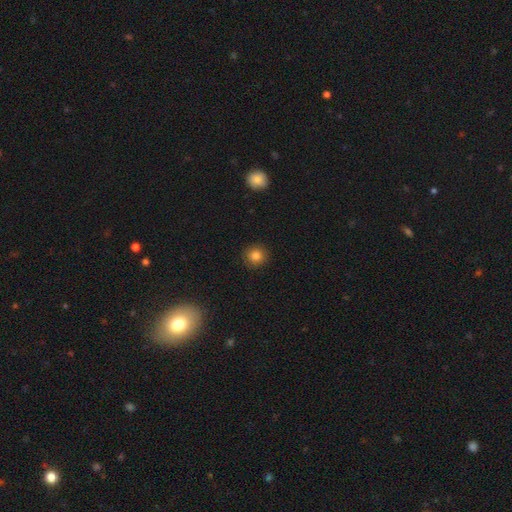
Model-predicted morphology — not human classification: The model was most divided on "smooth or featured": smooth: 83%, star or artifact: 12%, featured or disk: 6%. More confident: how rounded — round (92%); merging — none (90%).